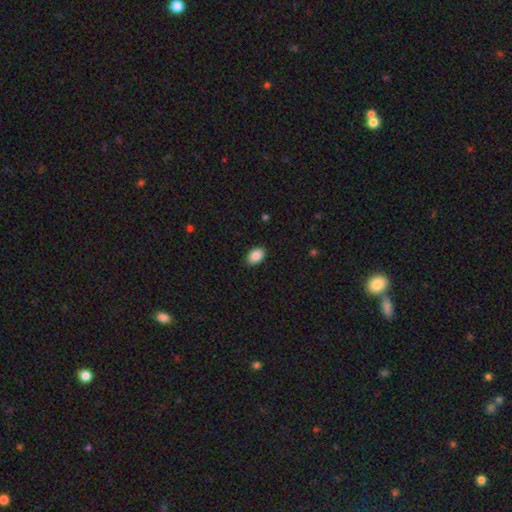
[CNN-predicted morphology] A smooth galaxy with no disk features (89%) that is in between round and cigar-shaped (85%).

Vote fractions:
- Smooth or featured? smooth: 89% / star or artifact: 8% / featured or disk: 4%
- How rounded? in between: 85% / round: 14% / cigar-shaped: 1%
- Merging? none: 88% / minor disturbance: 9% / major disturbance: 2% / merger: 1%